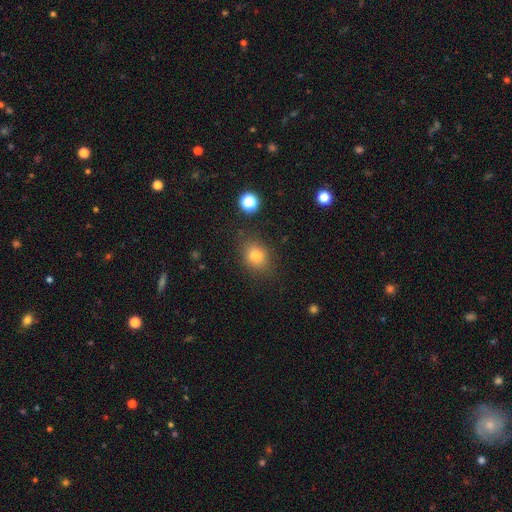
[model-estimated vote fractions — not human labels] The model was most divided on "how rounded": round: 57%, in between: 42%, cigar-shaped: 1%. More confident: merging — none (79%); smooth or featured — smooth (77%).